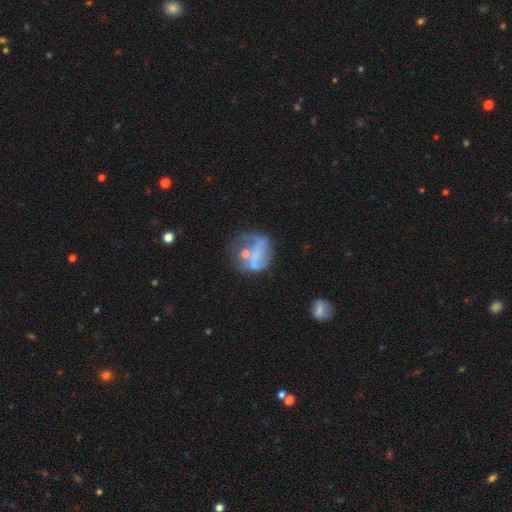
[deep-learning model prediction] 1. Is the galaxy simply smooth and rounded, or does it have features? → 57% featured or disk, 31% smooth, 11% star or artifact.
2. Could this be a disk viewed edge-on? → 97% no, 3% yes.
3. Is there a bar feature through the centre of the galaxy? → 68% no, 23% weak, 9% strong.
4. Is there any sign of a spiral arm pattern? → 58% no, 42% yes.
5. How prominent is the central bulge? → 46% none, 33% small, 17% moderate, 3% large, 2% dominant.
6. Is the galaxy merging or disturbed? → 36% none, 30% major disturbance, 19% minor disturbance, 15% merger.